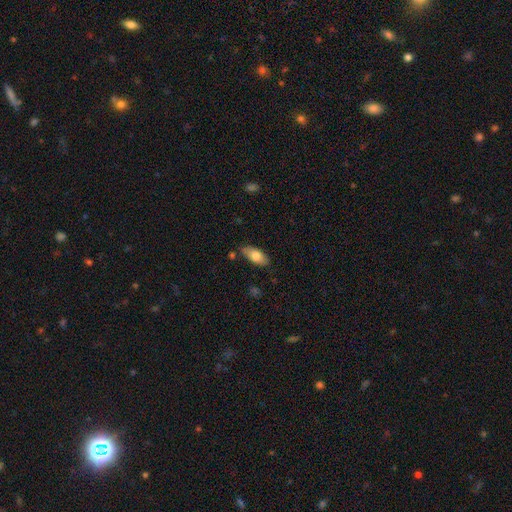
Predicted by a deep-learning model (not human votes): Smooth or featured? Predicted: smooth (p=0.77). How rounded? Predicted: in between (p=0.87). Merging? Predicted: none (p=0.79).